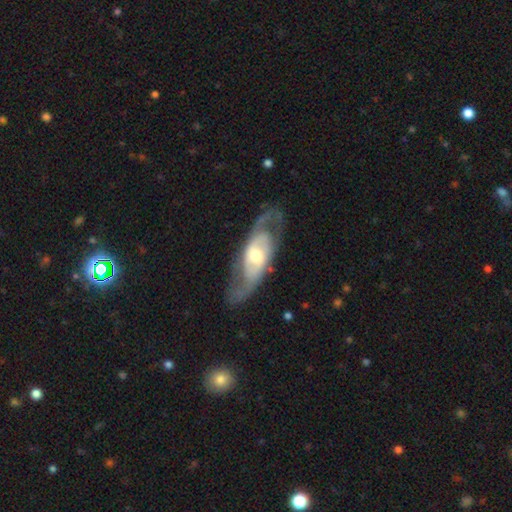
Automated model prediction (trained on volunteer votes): This appears to be a featured or disk galaxy (79%) with no bar (50%), 2 (80%) medium (45%) spiral arms (82%) and a moderate central bulge (61%). Merging: none (72%).